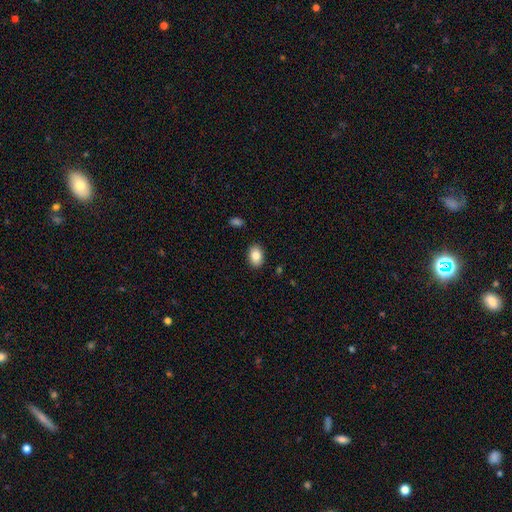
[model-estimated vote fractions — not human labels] Overall: smooth (86%). How rounded: in between (83%). Merging: none (89%).